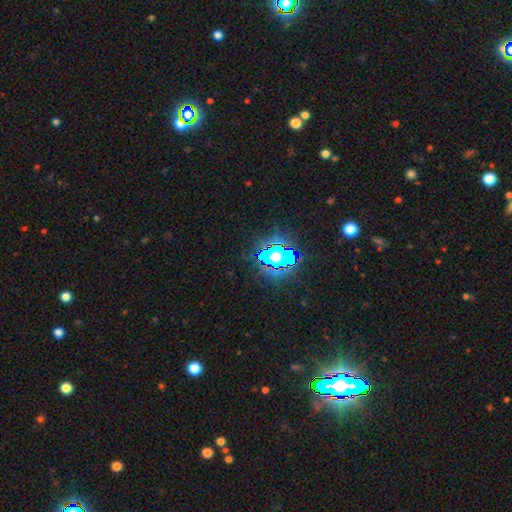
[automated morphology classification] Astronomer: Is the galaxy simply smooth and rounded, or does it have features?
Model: star or artifact — 78%.